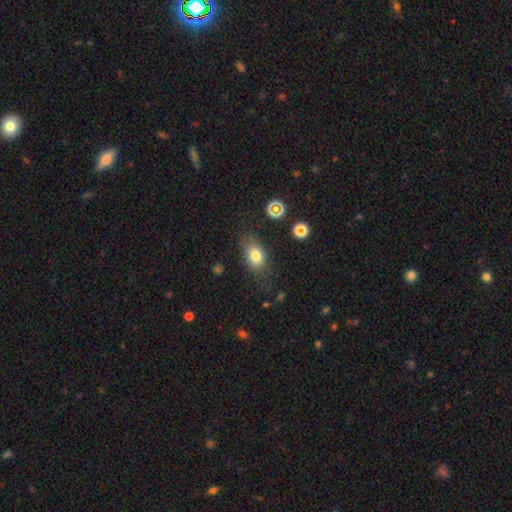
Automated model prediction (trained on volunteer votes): smooth-or-featured: smooth: 77% | featured or disk: 12% | star or artifact: 11%
  how-rounded: in between: 81% | round: 16% | cigar-shaped: 2%
  merging: none: 74% | minor disturbance: 17% | major disturbance: 7% | merger: 2%